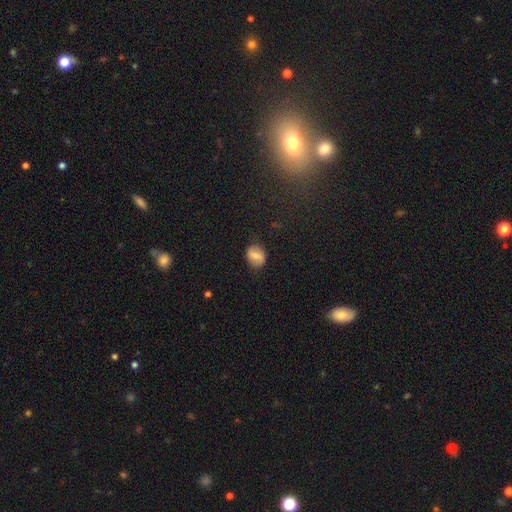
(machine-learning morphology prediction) This is likely a smooth galaxy (64%). How rounded: possibly in between (56%). Merging: likely none (80%).